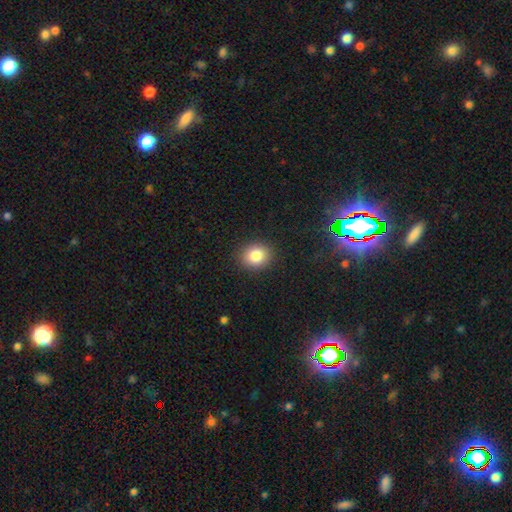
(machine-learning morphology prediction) Smooth or featured?
  - smooth: 84% *
  - star or artifact: 10%
  - featured or disk: 6%
How rounded?
  - round: 62% *
  - in between: 37%
  - cigar-shaped: 1%
Merging?
  - none: 89% *
  - minor disturbance: 7%
  - major disturbance: 2%
  - merger: 1%